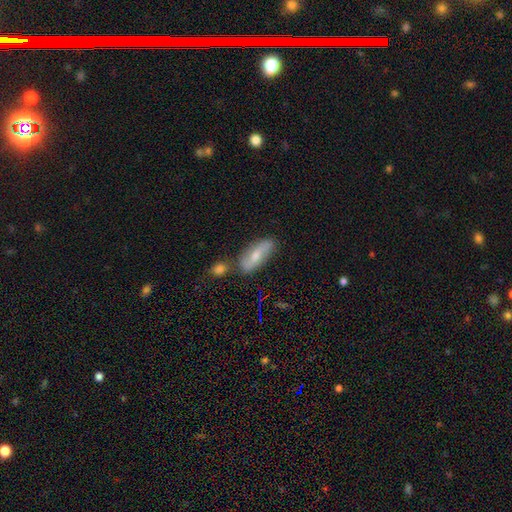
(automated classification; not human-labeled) The model was most divided on "smooth or featured": smooth: 51%, featured or disk: 42%, star or artifact: 7%. More confident: merging — none (68%); how rounded — in between (64%).